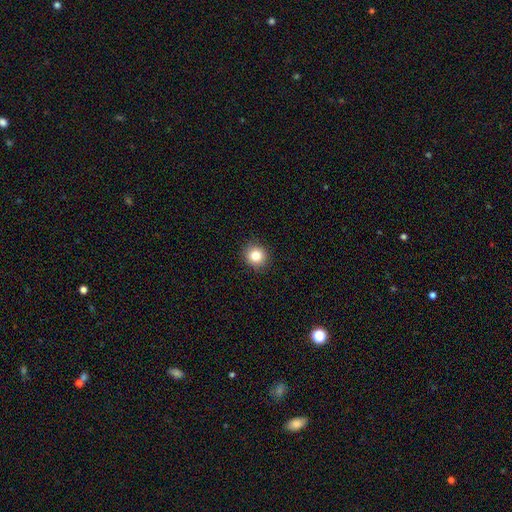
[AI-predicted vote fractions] Q: Smooth or featured?
A: smooth (82%); runner-up: star or artifact (11%)
Q: How rounded?
A: round (90%); runner-up: in between (9%)
Q: Merging?
A: none (90%); runner-up: minor disturbance (7%)